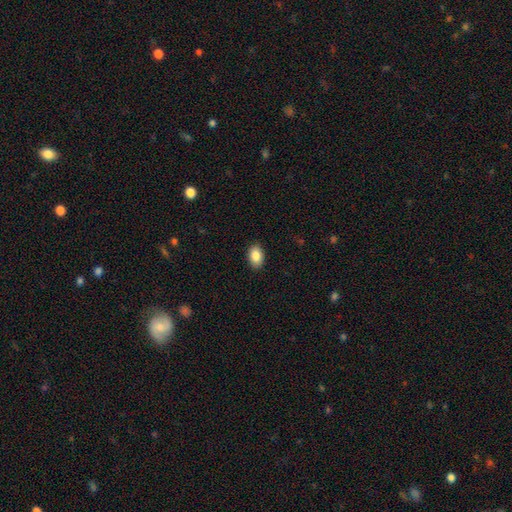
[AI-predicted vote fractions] Smooth or featured? Predicted: smooth (p=0.87). How rounded? Predicted: in between (p=0.88). Merging? Predicted: none (p=0.89).